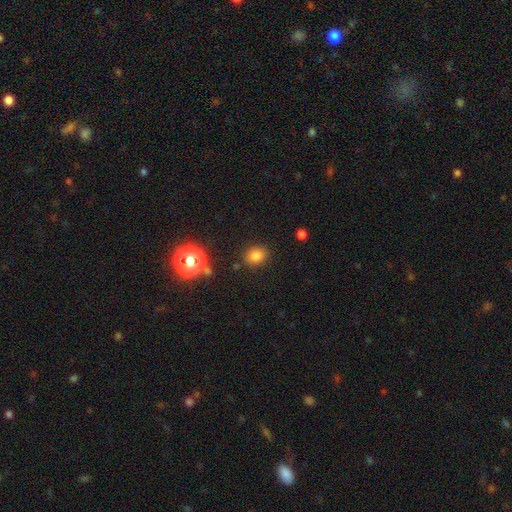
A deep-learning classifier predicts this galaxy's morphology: Smooth or featured? smooth (79%)
How rounded? round (66%)
Merging? none (85%)